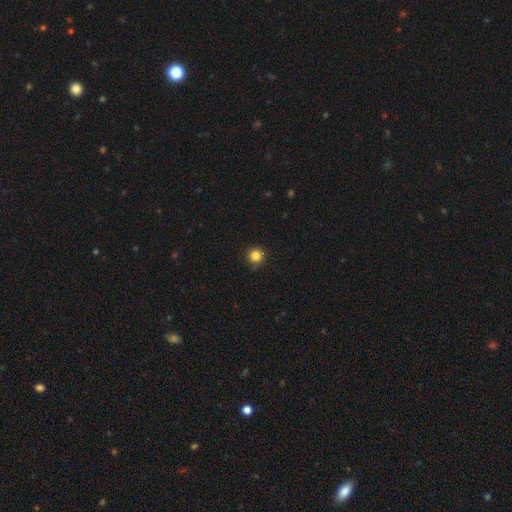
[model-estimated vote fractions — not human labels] Q: Smooth or featured?
A: smooth (83%); runner-up: star or artifact (13%)
Q: How rounded?
A: round (95%); runner-up: in between (4%)
Q: Merging?
A: none (88%); runner-up: minor disturbance (9%)